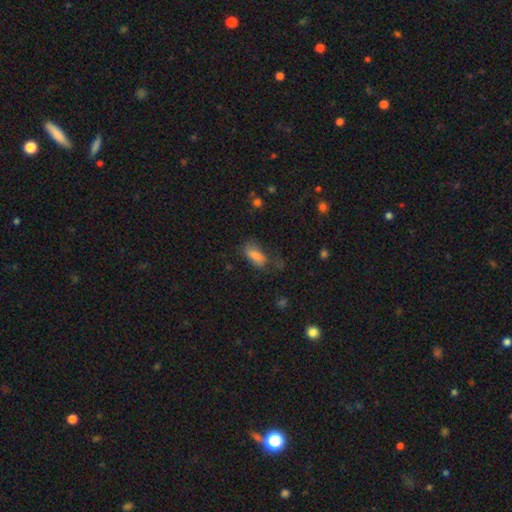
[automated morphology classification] Q: Smooth or featured?
A: smooth (76%); runner-up: featured or disk (13%)
Q: How rounded?
A: in between (81%); runner-up: cigar-shaped (16%)
Q: Merging?
A: none (54%); runner-up: minor disturbance (27%)